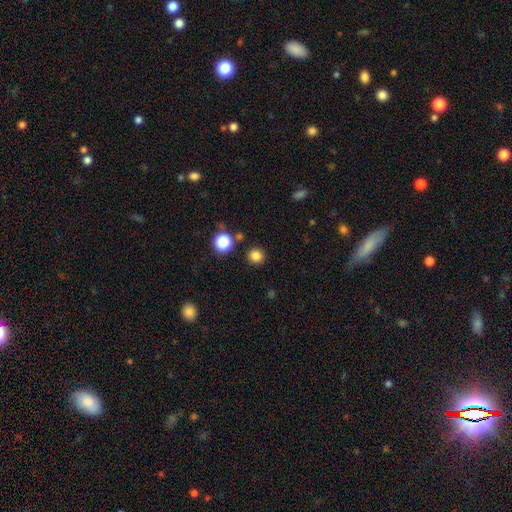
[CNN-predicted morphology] smooth 82%, star or artifact 14%, featured or disk 4%. Down the decision tree: how rounded — round (92%); merging — none (89%).